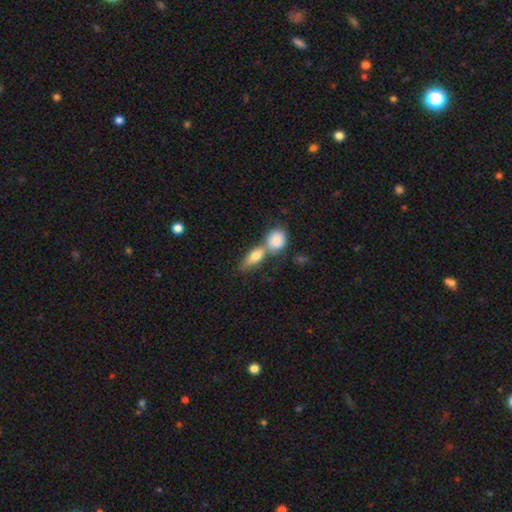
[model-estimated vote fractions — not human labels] smooth 74%, featured or disk 19%, star or artifact 7%. Down the decision tree: how rounded — in between (67%); merging — merger (53%).